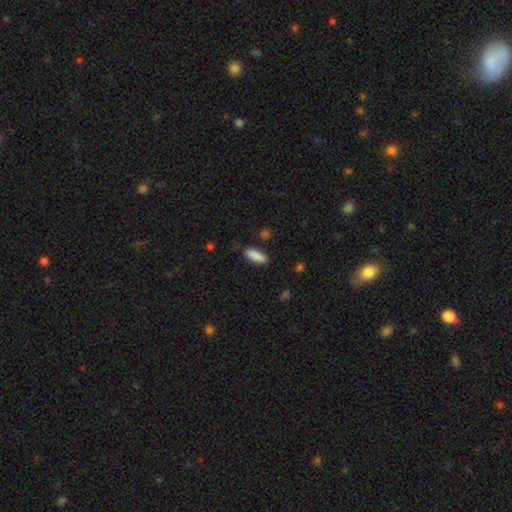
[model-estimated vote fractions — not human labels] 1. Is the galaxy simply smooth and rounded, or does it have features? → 89% smooth, 6% star or artifact, 5% featured or disk.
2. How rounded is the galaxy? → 59% in between, 39% cigar-shaped, 2% round.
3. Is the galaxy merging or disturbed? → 85% none, 11% minor disturbance, 2% major disturbance, 2% merger.